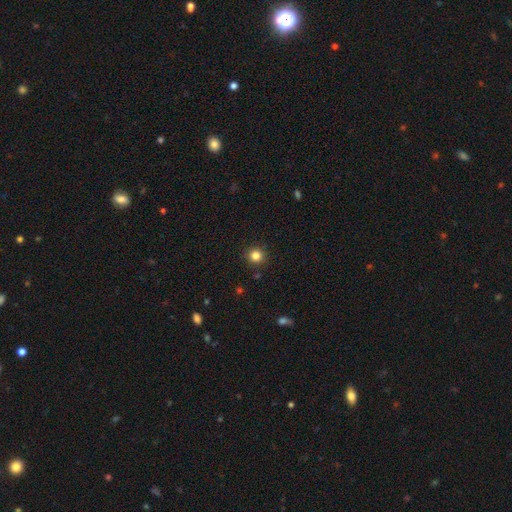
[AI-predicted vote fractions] smooth 83%, star or artifact 12%, featured or disk 4%. Down the decision tree: how rounded — round (93%); merging — none (91%).